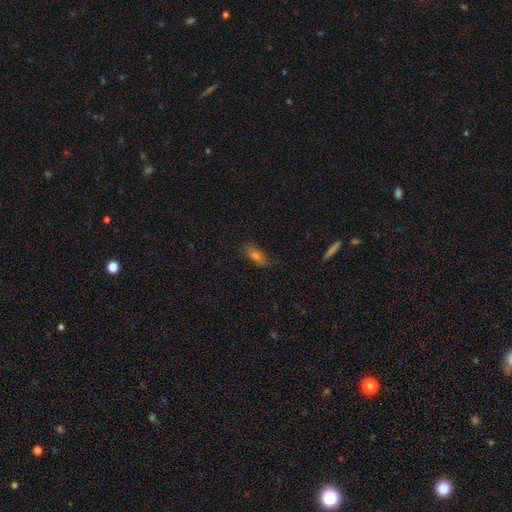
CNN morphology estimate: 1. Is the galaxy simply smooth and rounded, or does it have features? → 63% smooth, 20% featured or disk, 17% star or artifact.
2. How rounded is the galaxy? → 69% in between, 23% cigar-shaped, 7% round.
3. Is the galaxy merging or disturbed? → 78% none, 17% minor disturbance, 4% major disturbance, 2% merger.